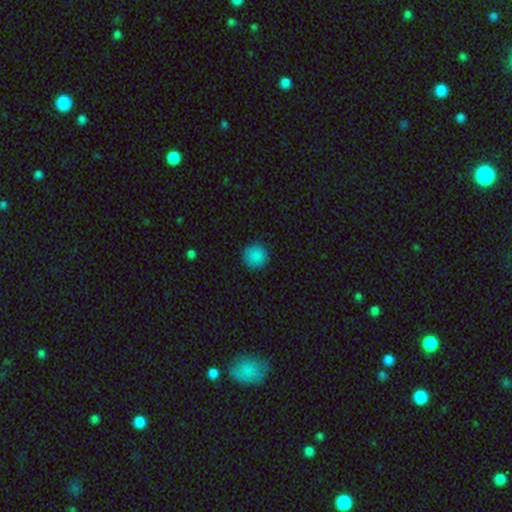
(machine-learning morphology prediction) This is clearly a smooth galaxy (87%). How rounded: clearly round (94%). Merging: clearly none (90%).